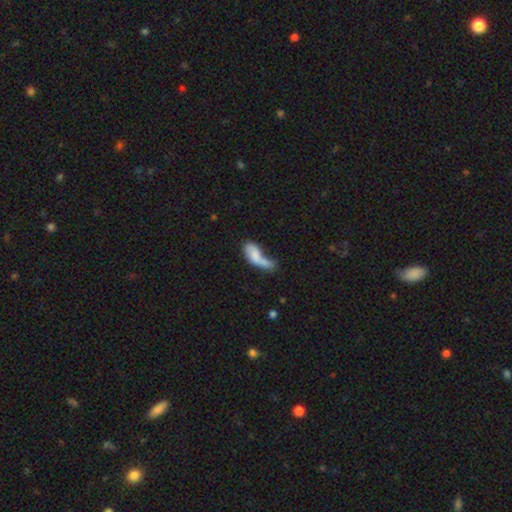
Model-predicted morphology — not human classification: This is likely a smooth galaxy (64%). How rounded: likely in between (74%). Merging: possibly merger (49%).